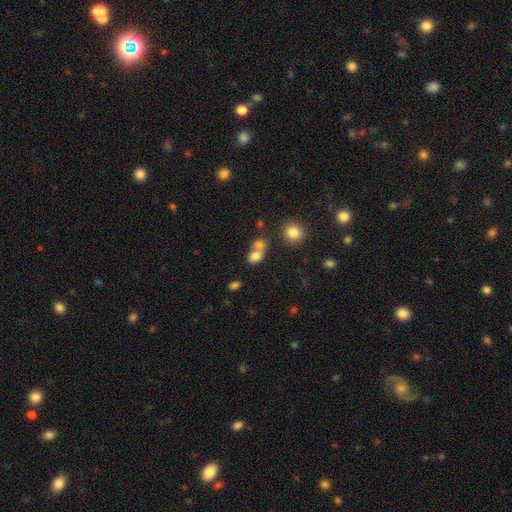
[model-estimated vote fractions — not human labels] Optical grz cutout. It shows a smooth galaxy with no disk features (77%) that is in between round and cigar-shaped (57%). Merging: merger (57%).